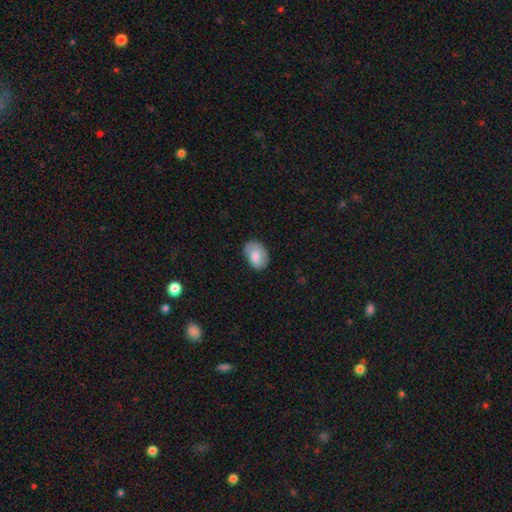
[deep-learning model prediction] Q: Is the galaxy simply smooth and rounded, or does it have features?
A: smooth — 78%.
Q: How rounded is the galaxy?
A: in between — 85%.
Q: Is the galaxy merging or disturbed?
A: none — 66%.